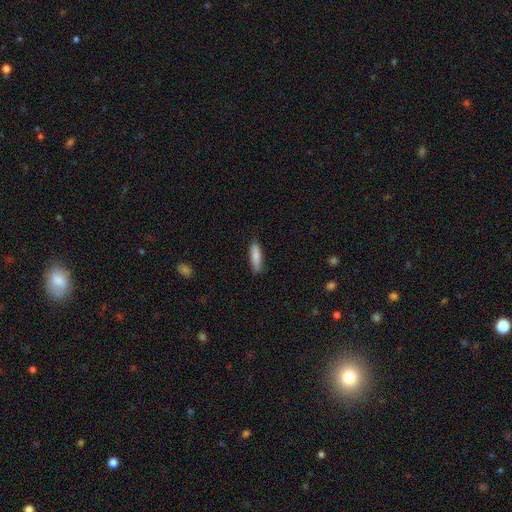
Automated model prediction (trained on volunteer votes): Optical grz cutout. It shows a smooth galaxy with no disk features (86%) that is cigar-shaped (70%). Merging: none (86%).